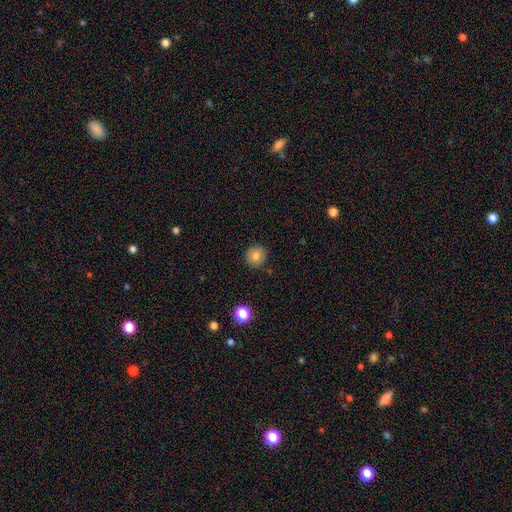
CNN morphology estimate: Smooth or featured? Predicted: smooth (p=0.81). How rounded? Predicted: round (p=0.93). Merging? Predicted: none (p=0.90).